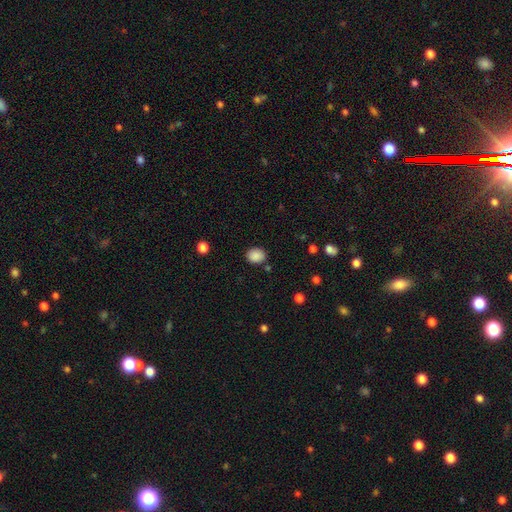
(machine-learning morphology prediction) Smooth or featured?
  - smooth: 88% *
  - star or artifact: 9%
  - featured or disk: 3%
How rounded?
  - round: 52% *
  - in between: 47%
  - cigar-shaped: 1%
Merging?
  - none: 83% *
  - minor disturbance: 11%
  - major disturbance: 3%
  - merger: 3%